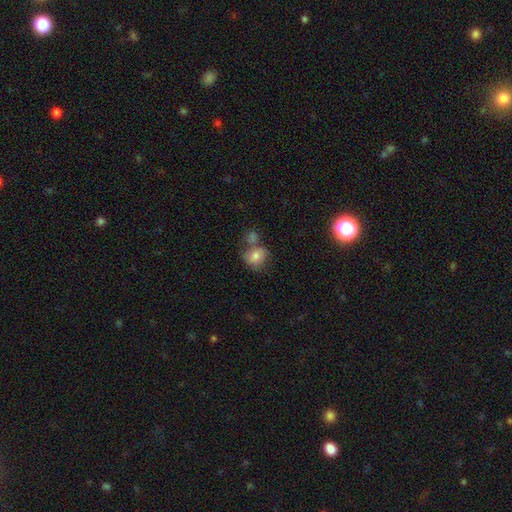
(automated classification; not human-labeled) A smooth galaxy with no disk features (78%) that is round (63%).

Vote fractions:
- Smooth or featured? smooth: 78% / featured or disk: 13% / star or artifact: 9%
- How rounded? round: 63% / in between: 36% / cigar-shaped: 1%
- Merging? none: 45% / merger: 31% / minor disturbance: 17% / major disturbance: 7%